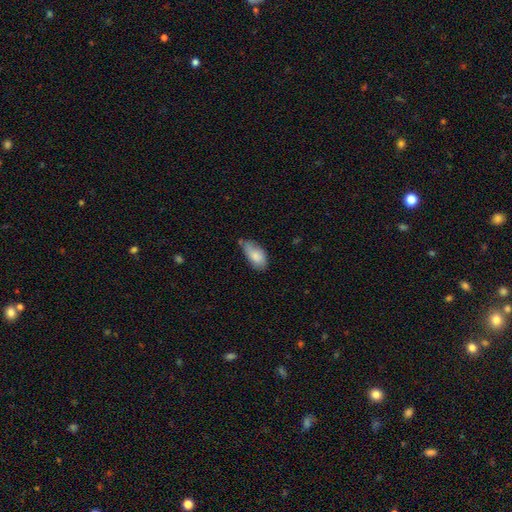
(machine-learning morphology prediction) This is clearly a smooth galaxy (80%). How rounded: clearly in between (91%). Merging: possibly none (53%).